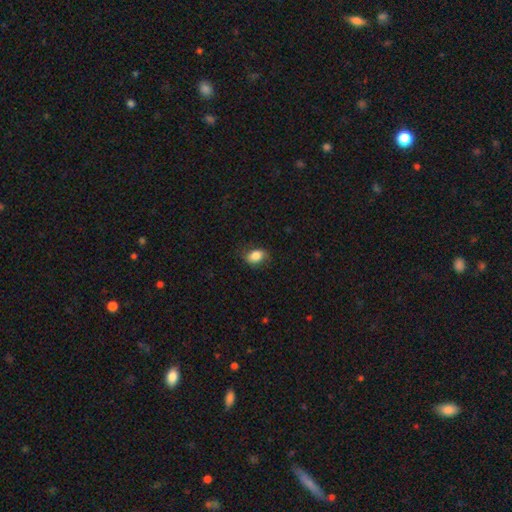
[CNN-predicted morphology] type=smooth (84%); roundness=in between (76%); merging=none (75%).